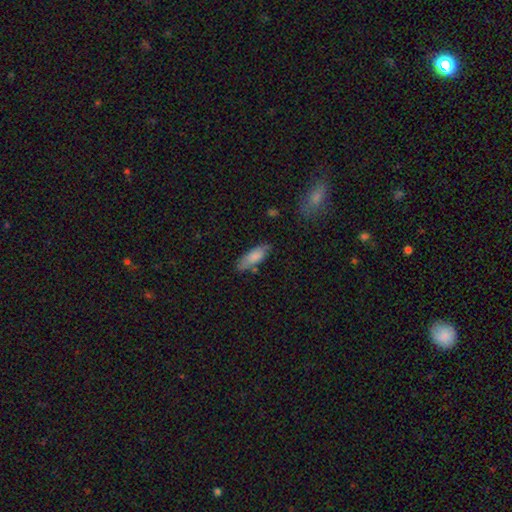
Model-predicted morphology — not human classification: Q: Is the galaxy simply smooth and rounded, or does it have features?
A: smooth — 80%.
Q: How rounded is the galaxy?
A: in between — 66%.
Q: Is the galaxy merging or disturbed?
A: none — 70%.